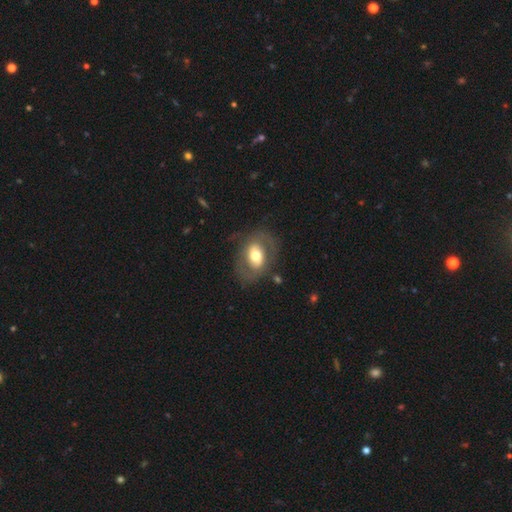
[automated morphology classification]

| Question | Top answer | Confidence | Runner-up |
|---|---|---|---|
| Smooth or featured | featured or disk | 47% | smooth (46%) |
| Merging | none | 69% | minor disturbance (17%) |